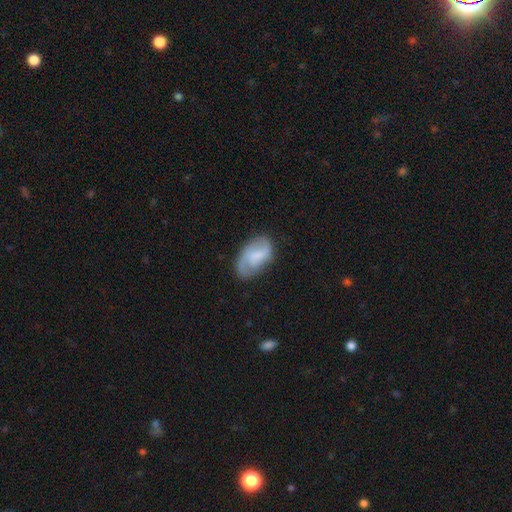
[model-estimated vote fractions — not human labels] This is possibly a featured or disk galaxy (52%). It is clearly not viewed edge-on (96%). Bar: possibly weak (46%). Spiral arm pattern: clearly yes (83%). Central bulge: marginally none (43%). Merging: likely none (62%).